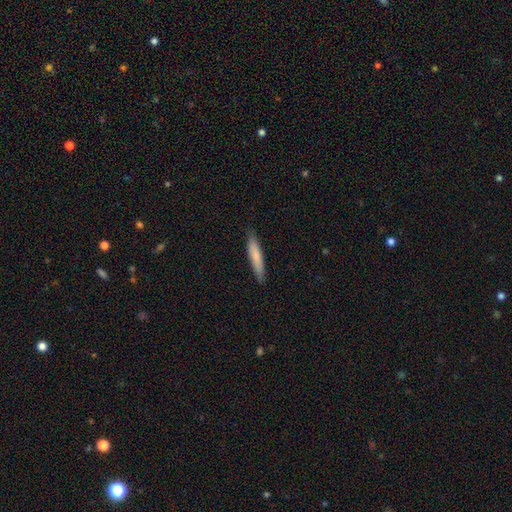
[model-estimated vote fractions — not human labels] smooth-or-featured: smooth: 77% | featured or disk: 18% | star or artifact: 5%
  how-rounded: cigar-shaped: 90% | in between: 9% | round: 1%
  merging: none: 87% | minor disturbance: 10% | major disturbance: 2% | merger: 1%